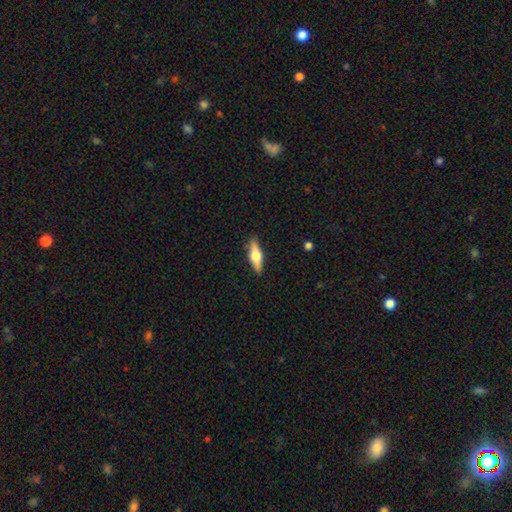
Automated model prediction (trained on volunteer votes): Smooth or featured? Predicted: featured or disk (p=0.49). Merging? Predicted: none (p=0.89).